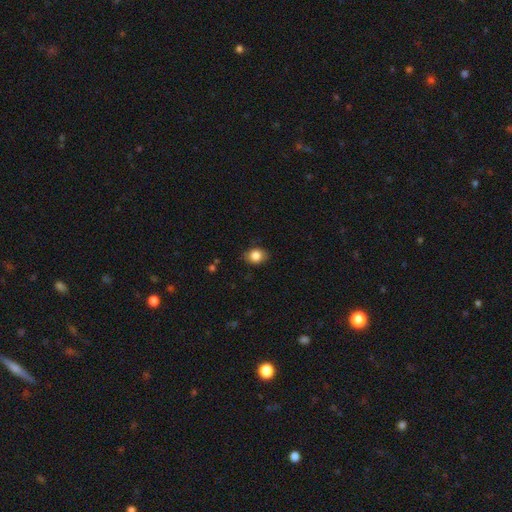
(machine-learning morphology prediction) The model was most divided on "how rounded": in between: 54%, round: 44%, cigar-shaped: 1%. More confident: smooth or featured — smooth (84%); merging — none (82%).